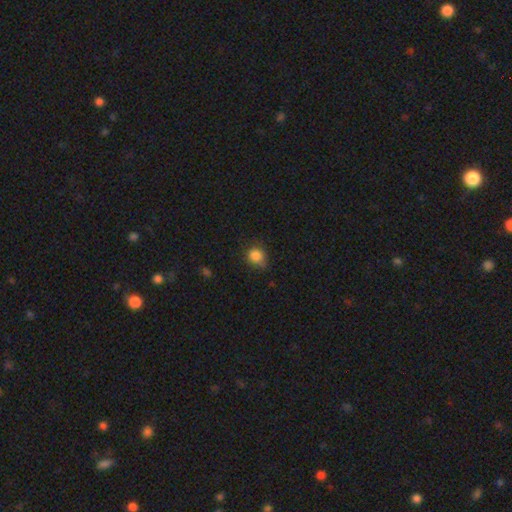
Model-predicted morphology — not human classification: This is clearly a smooth galaxy (84%). How rounded: likely round (73%). Merging: possibly none (59%).